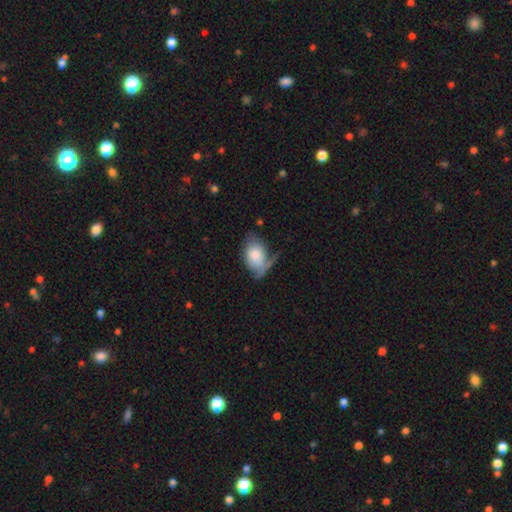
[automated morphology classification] This appears to be a smooth galaxy with no disk features (74%) that is in between round and cigar-shaped (87%). Merging: none (36%).